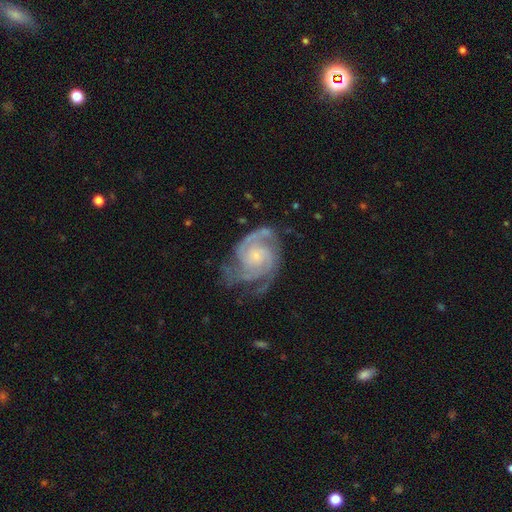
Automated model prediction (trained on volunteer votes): smooth-or-featured: featured or disk: 91% | smooth: 5% | star or artifact: 5%
  disk-edge-on: no: 98% | yes: 2%
    bar: no: 69% | weak: 26% | strong: 5%
    has-spiral-arms: yes: 98% | no: 2%
      spiral-winding: tight: 48% | medium: 43% | loose: 8%
      spiral-arm-count: 2: 41% | 3: 30% | can't tell: 12% | 4: 7% | 1: 5% | more than 4: 5%
    bulge-size: small: 70% | moderate: 20% | none: 6% | large: 3% | dominant: 1%
  merging: none: 63% | minor disturbance: 21% | major disturbance: 14% | merger: 2%